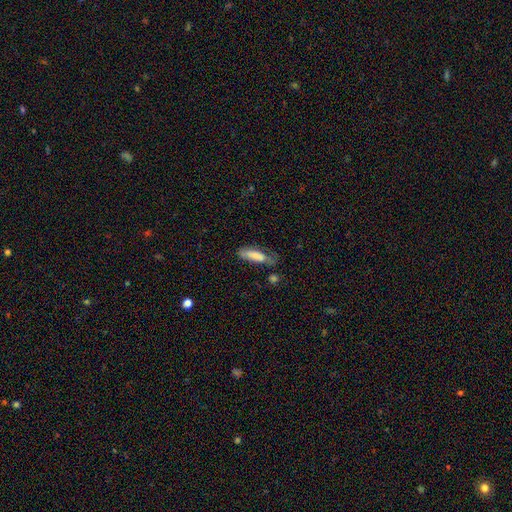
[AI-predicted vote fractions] Q: Smooth or featured?
A: smooth (74%); runner-up: featured or disk (19%)
Q: How rounded?
A: in between (55%); runner-up: cigar-shaped (43%)
Q: Merging?
A: none (46%); runner-up: minor disturbance (31%)